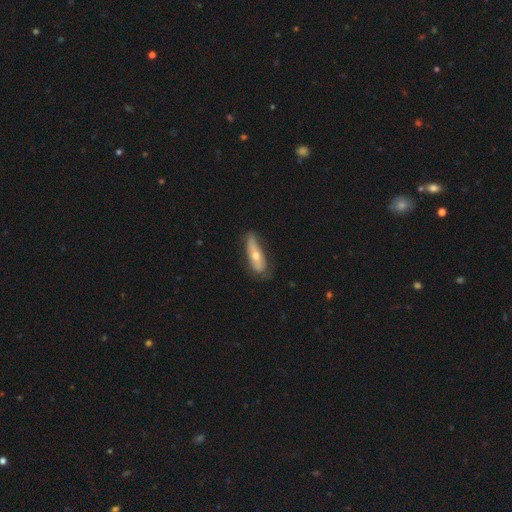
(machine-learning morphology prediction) Smooth or featured? Predicted: featured or disk (p=0.49). Merging? Predicted: none (p=0.62).